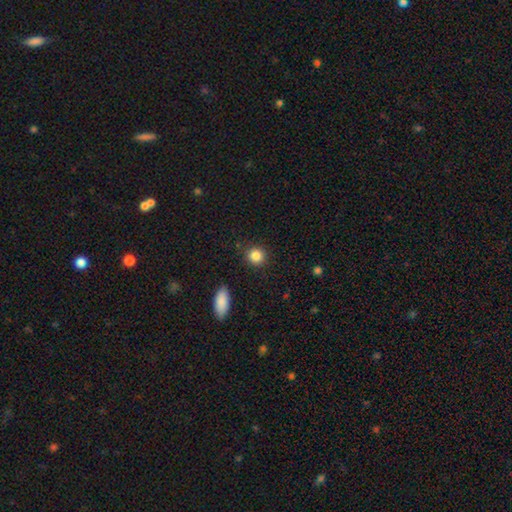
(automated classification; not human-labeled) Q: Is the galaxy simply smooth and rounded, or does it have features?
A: smooth — 87%.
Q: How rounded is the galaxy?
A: round — 88%.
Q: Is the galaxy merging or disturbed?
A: none — 89%.